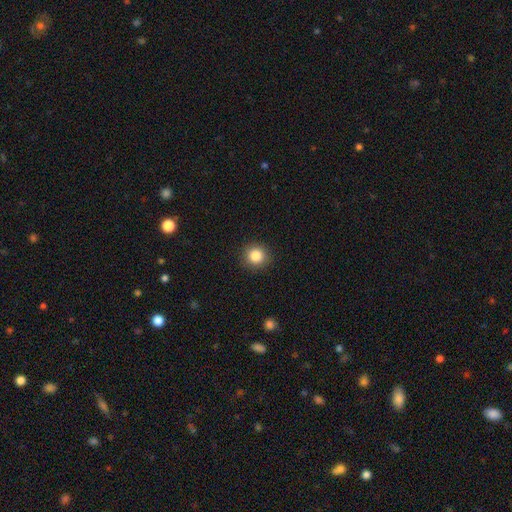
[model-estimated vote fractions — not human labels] Smooth or featured: smooth — 85% (star or artifact — 10%)
How rounded: round — 92% (in between — 7%)
Merging: none — 91% (minor disturbance — 6%)